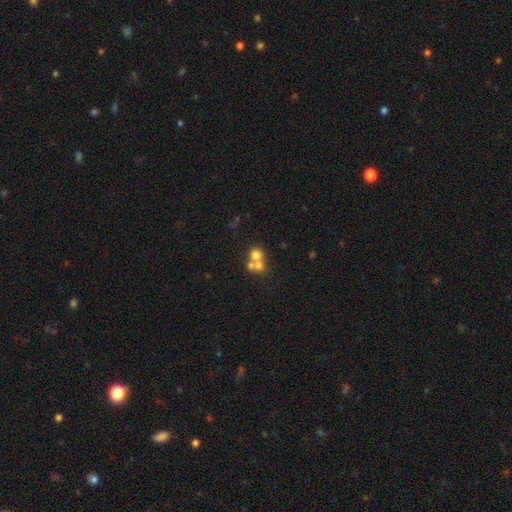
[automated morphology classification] Q: Smooth or featured?
A: smooth (63%); runner-up: featured or disk (23%)
Q: How rounded?
A: round (83%); runner-up: in between (16%)
Q: Merging?
A: merger (59%); runner-up: none (32%)